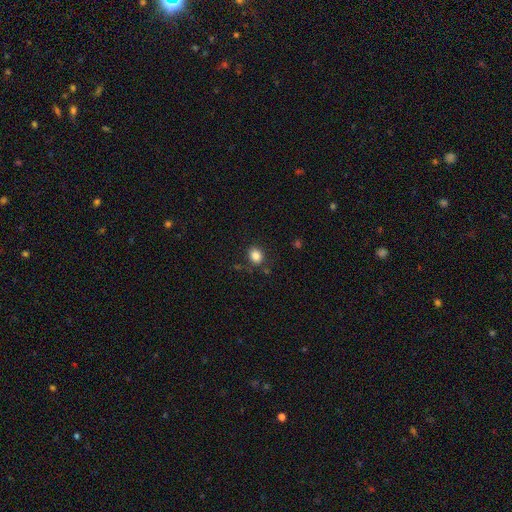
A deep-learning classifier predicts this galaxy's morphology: A smooth galaxy with no disk features (84%) that is round (54%). Merging: none (81%).